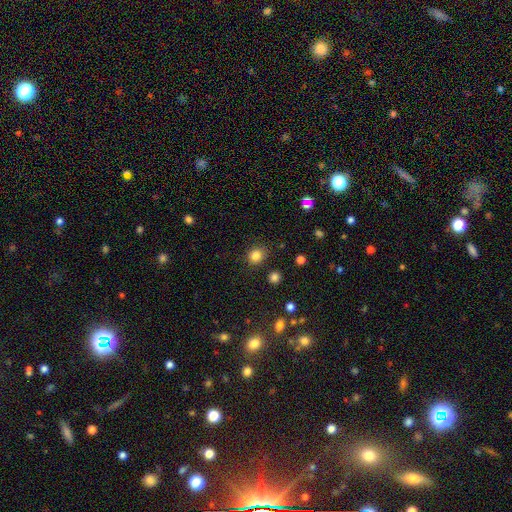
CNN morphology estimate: This is clearly a smooth galaxy (83%). How rounded: likely round (77%). Merging: clearly none (84%).